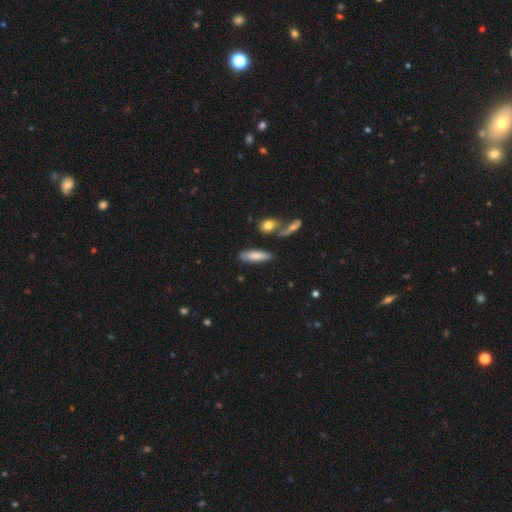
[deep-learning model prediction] This is likely a smooth galaxy (75%). How rounded: possibly cigar-shaped (55%). Merging: likely none (73%).